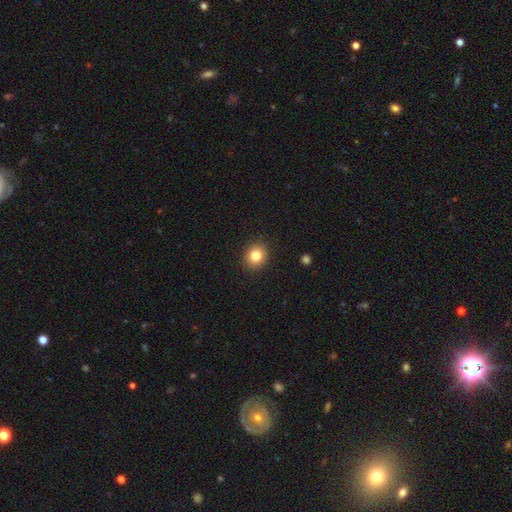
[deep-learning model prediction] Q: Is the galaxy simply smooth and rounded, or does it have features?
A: smooth — 82%.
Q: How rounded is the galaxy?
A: round — 77%.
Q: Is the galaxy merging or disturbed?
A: none — 91%.